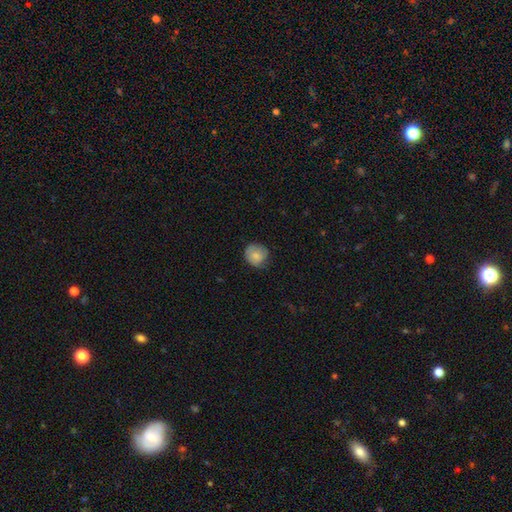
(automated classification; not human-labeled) A smooth galaxy with no disk features (82%) that is round (84%).

Vote fractions:
- Smooth or featured? smooth: 82% / featured or disk: 10% / star or artifact: 8%
- How rounded? round: 84% / in between: 15% / cigar-shaped: 1%
- Merging? none: 71% / minor disturbance: 24% / major disturbance: 5% / merger: 1%